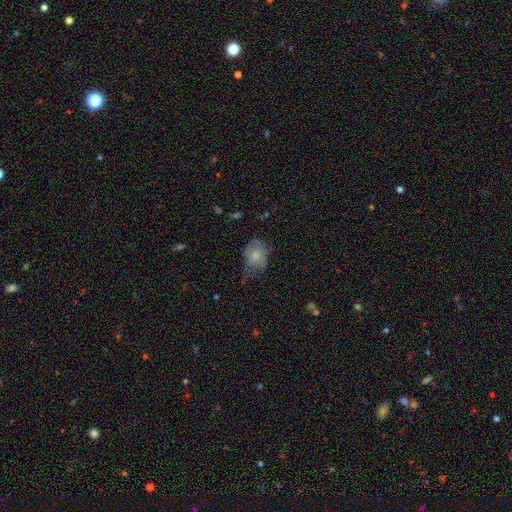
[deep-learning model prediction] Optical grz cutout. It shows a smooth galaxy with no disk features (73%) that is in between round and cigar-shaped (66%). Merging: minor disturbance (39%, tied with none).